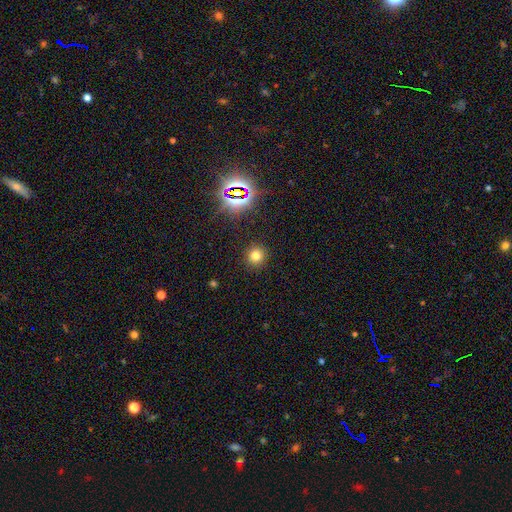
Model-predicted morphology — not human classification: Smooth or featured? smooth (73%)
How rounded? round (92%)
Merging? none (91%)